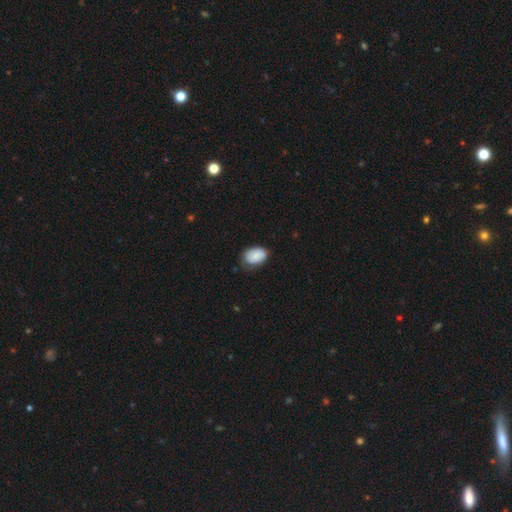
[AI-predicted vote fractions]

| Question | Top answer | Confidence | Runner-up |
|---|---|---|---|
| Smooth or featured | smooth | 81% | featured or disk (13%) |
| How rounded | in between | 86% | round (13%) |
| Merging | none | 65% | minor disturbance (29%) |